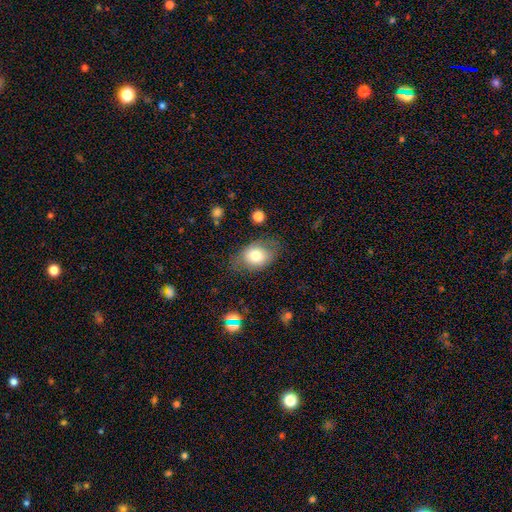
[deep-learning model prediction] Smooth or featured? Predicted: smooth (p=0.74). How rounded? Predicted: in between (p=0.71). Merging? Predicted: none (p=0.68).